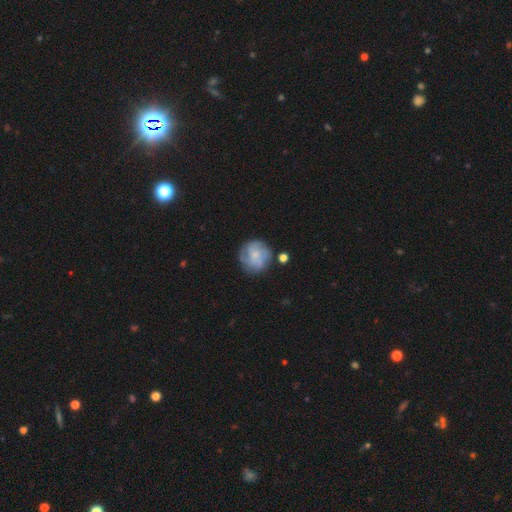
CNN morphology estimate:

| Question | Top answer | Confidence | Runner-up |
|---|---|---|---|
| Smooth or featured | featured or disk | 51% | smooth (41%) |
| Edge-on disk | no | 98% | yes (2%) |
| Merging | none | 69% | minor disturbance (18%) |